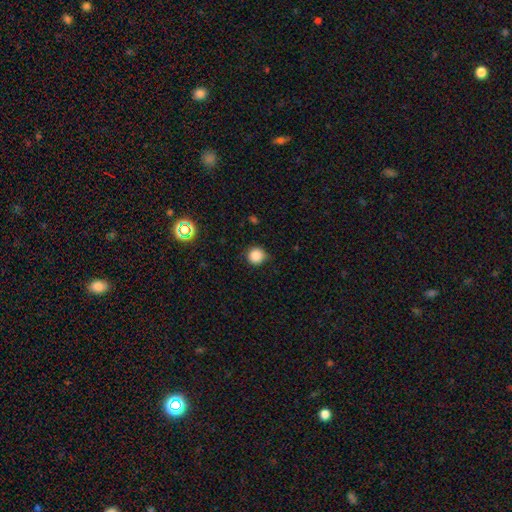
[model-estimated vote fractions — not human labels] A smooth galaxy with no disk features (84%) that is round (94%). Merging: none (78%).